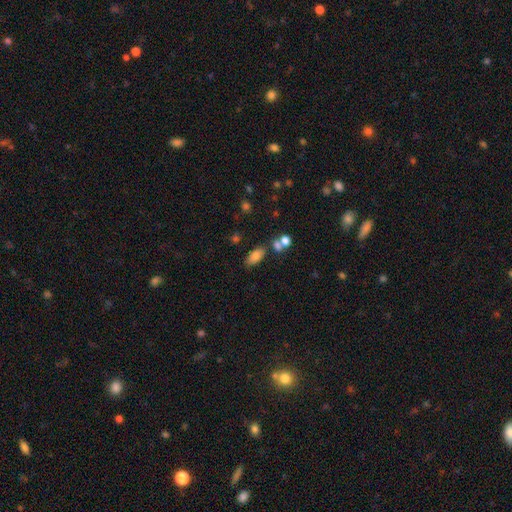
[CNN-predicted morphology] Smooth or featured? Predicted: smooth (p=0.79). How rounded? Predicted: in between (p=0.86). Merging? Predicted: none (p=0.67).